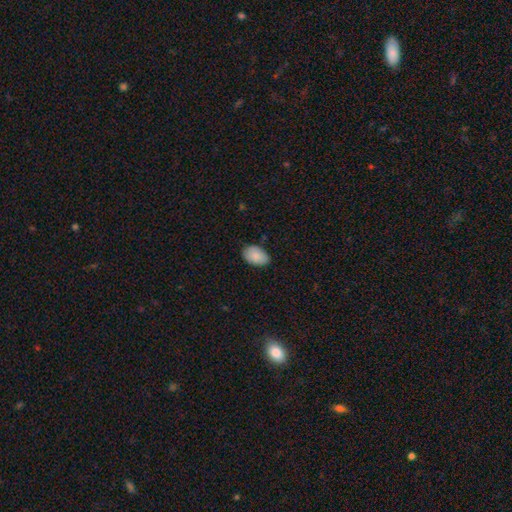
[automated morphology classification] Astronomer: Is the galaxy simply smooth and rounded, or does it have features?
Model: smooth — 88%.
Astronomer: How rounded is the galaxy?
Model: in between — 91%.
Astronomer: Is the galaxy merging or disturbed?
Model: none — 80%.